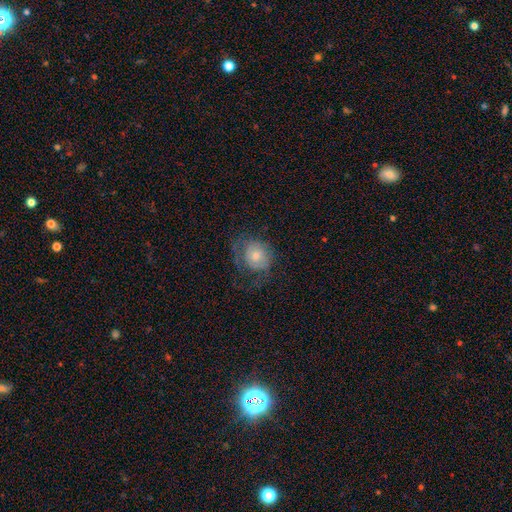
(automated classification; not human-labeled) This appears to be a smooth galaxy with no disk features (56%) that is round (73%). Merging: none (48%).